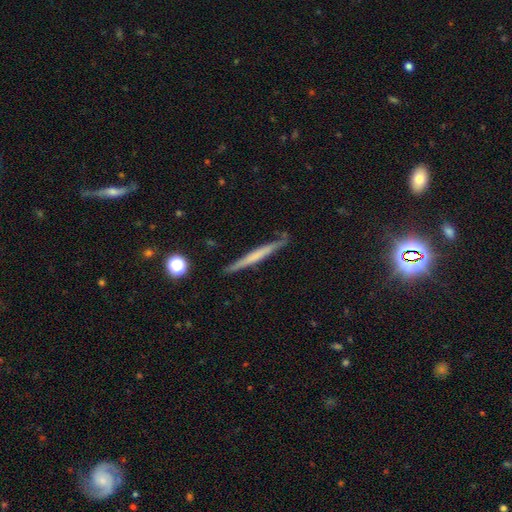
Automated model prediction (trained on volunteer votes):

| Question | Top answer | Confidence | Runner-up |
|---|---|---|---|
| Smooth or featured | featured or disk | 50% | smooth (44%) |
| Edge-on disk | yes | 96% | no (4%) |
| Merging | none | 85% | minor disturbance (11%) |